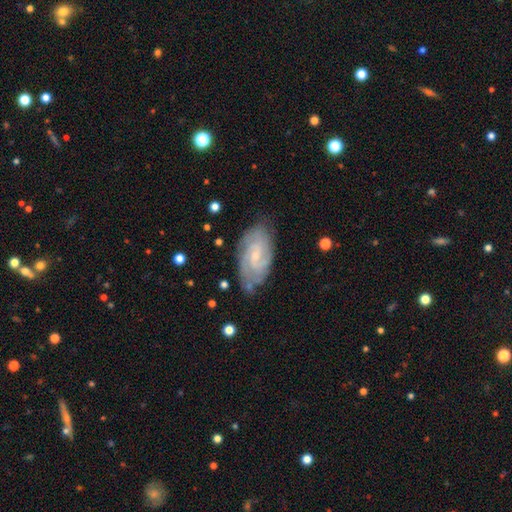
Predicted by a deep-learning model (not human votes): This appears to be a featured or disk galaxy (75%) with no bar (47%), 2 (40%) tight (54%) spiral arms (93%) and a small central bulge (70%). Merging: none (72%).